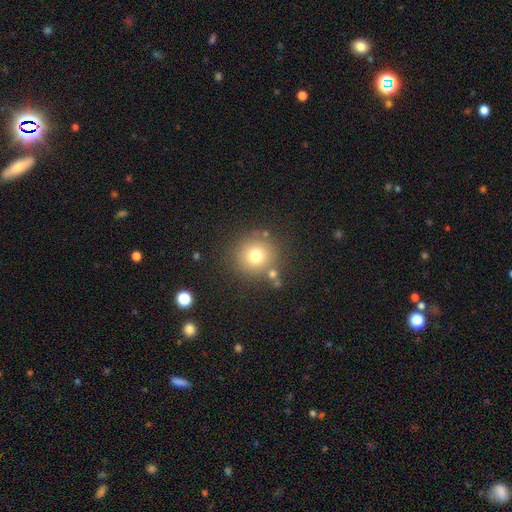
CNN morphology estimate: smooth 74%, star or artifact 15%, featured or disk 11%. Down the decision tree: how rounded — round (92%); merging — none (79%).